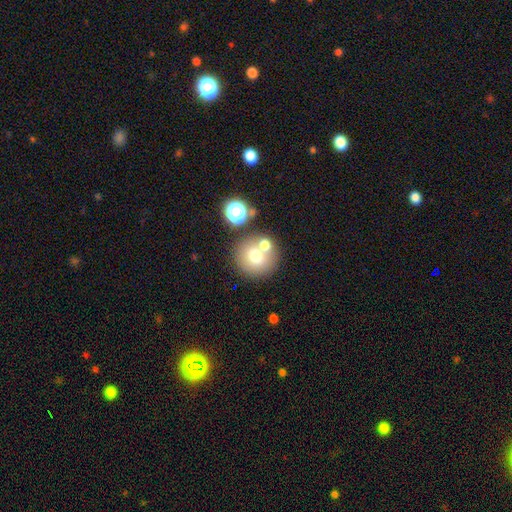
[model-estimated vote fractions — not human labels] This appears to be a smooth galaxy with no disk features (70%) that is round (89%). Merging: none (63%).